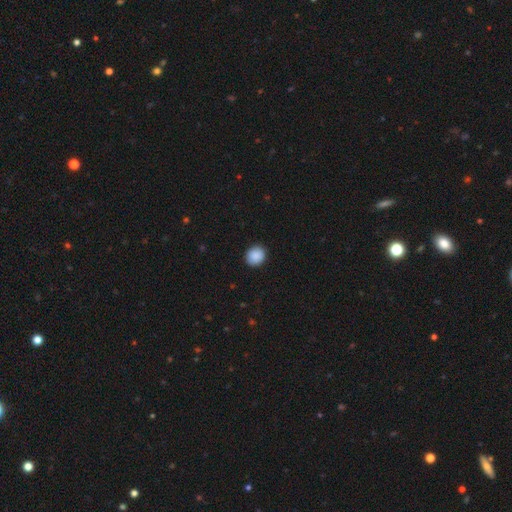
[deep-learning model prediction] This appears to be a smooth galaxy with no disk features (89%) that is round (73%). Merging: none (90%).